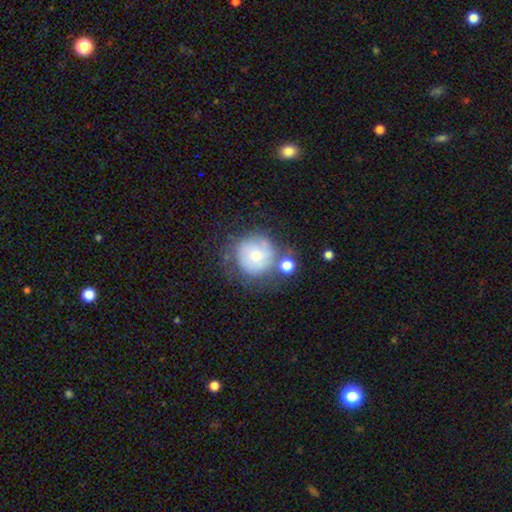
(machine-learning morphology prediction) smooth-or-featured: smooth: 53% | featured or disk: 37% | star or artifact: 10%
  how-rounded: round: 90% | in between: 9% | cigar-shaped: 1%
  merging: none: 56% | minor disturbance: 21% | merger: 13% | major disturbance: 10%